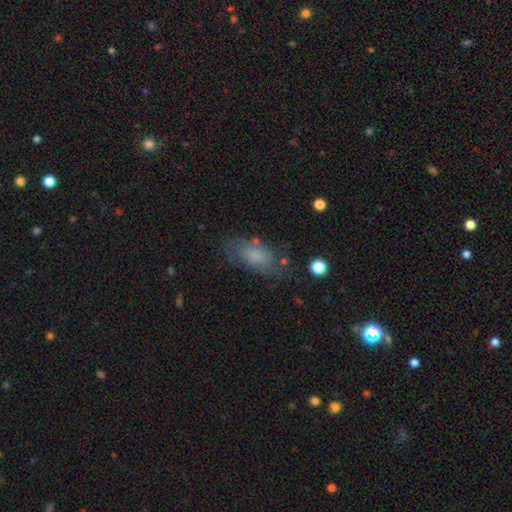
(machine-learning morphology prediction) smooth_or_featured: smooth (p=0.71) [alt: featured or disk p=0.19]
how_rounded: in between (p=0.88) [alt: cigar-shaped p=0.07]
merging: none (p=0.68) [alt: minor disturbance p=0.20]